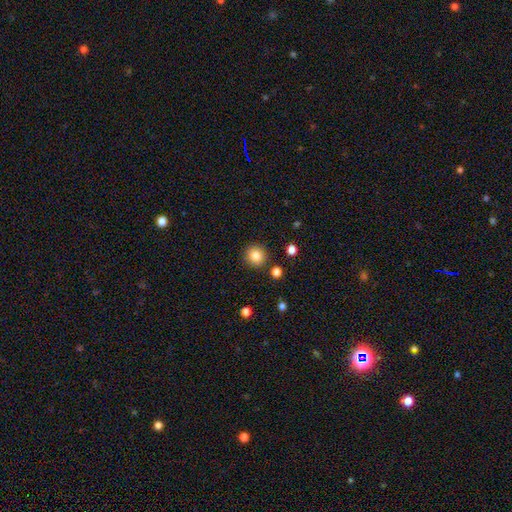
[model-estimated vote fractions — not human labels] This is clearly a smooth galaxy (84%). How rounded: clearly round (93%). Merging: clearly none (89%).